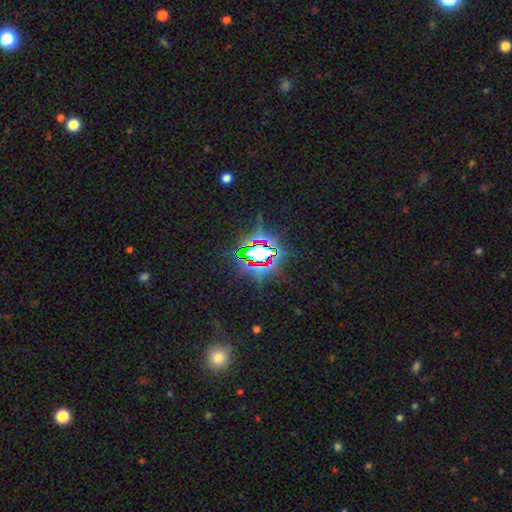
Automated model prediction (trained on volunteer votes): This appears to be a star or artifact, not a galaxy (77%).